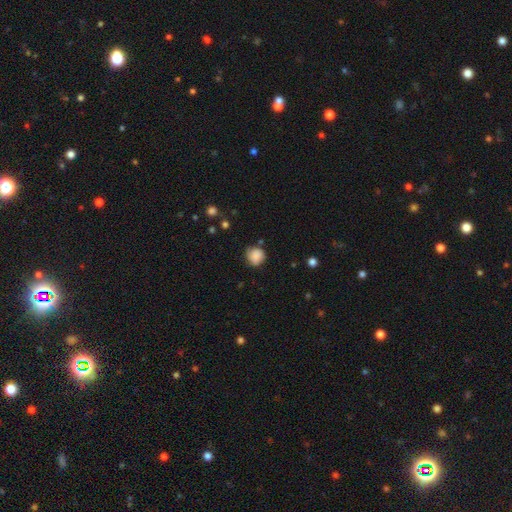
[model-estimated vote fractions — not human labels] Morphology: type=smooth (82%); roundness=round (84%); merging=none (66%).